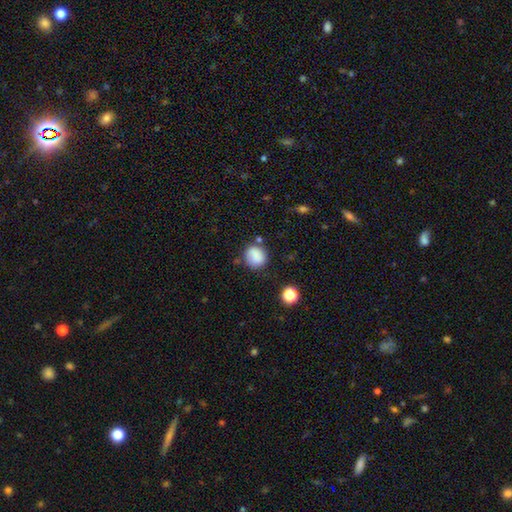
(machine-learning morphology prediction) Smooth or featured? Predicted: smooth (p=0.84). How rounded? Predicted: round (p=0.77). Merging? Predicted: none (p=0.72).